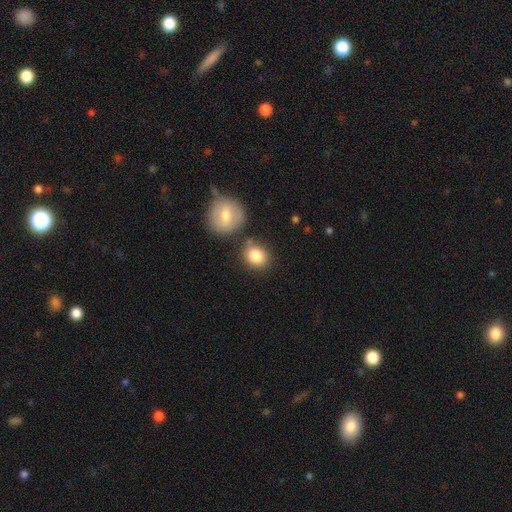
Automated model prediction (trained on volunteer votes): smooth-or-featured: smooth: 84% | featured or disk: 8% | star or artifact: 8%
  how-rounded: round: 70% | in between: 29% | cigar-shaped: 1%
  merging: none: 68% | merger: 14% | minor disturbance: 14% | major disturbance: 4%